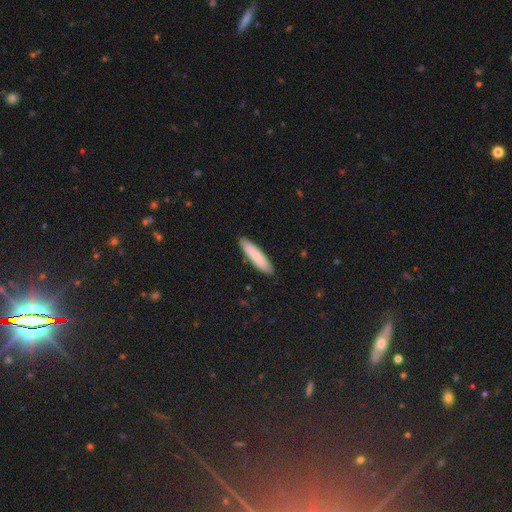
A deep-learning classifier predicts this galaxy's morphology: smooth-or-featured: smooth: 84% | featured or disk: 11% | star or artifact: 5%
  how-rounded: cigar-shaped: 81% | in between: 18% | round: 1%
  merging: none: 90% | minor disturbance: 8% | major disturbance: 1% | merger: 1%